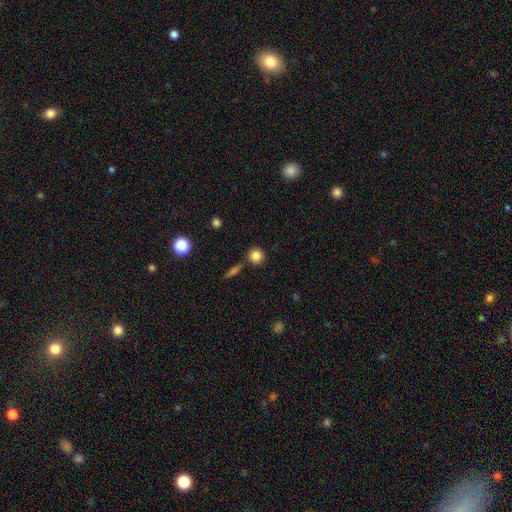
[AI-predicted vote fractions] A smooth galaxy with no disk features (83%) that is round (92%).

Vote fractions:
- Smooth or featured? smooth: 83% / star or artifact: 11% / featured or disk: 7%
- How rounded? round: 92% / in between: 7% / cigar-shaped: 1%
- Merging? none: 81% / minor disturbance: 9% / merger: 7% / major disturbance: 3%